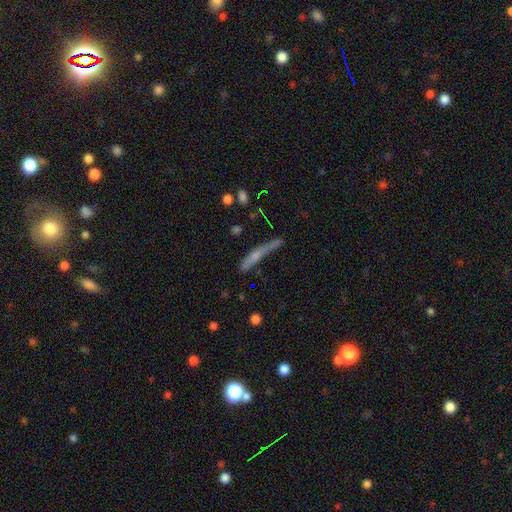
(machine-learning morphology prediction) Smooth or featured? Predicted: smooth (p=0.49). Merging? Predicted: none (p=0.51).